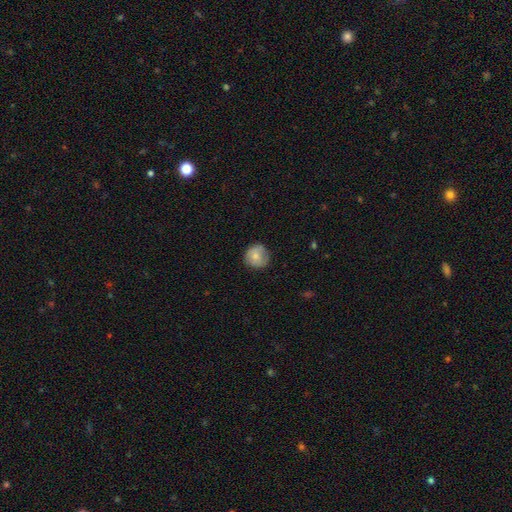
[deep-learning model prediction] This is likely a smooth galaxy (72%). How rounded: clearly round (91%). Merging: likely none (77%).